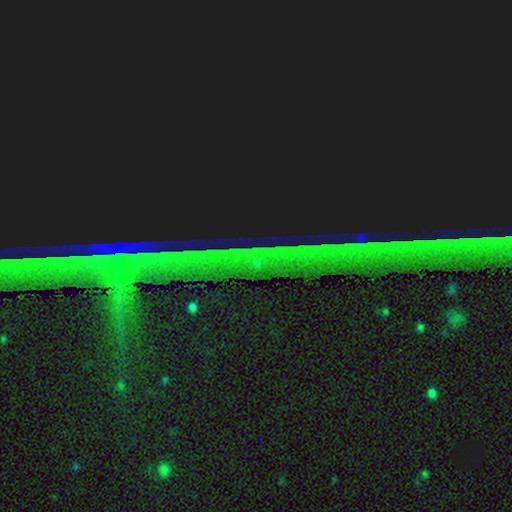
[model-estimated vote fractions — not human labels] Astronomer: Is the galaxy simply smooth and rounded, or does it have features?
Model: star or artifact — 87%.